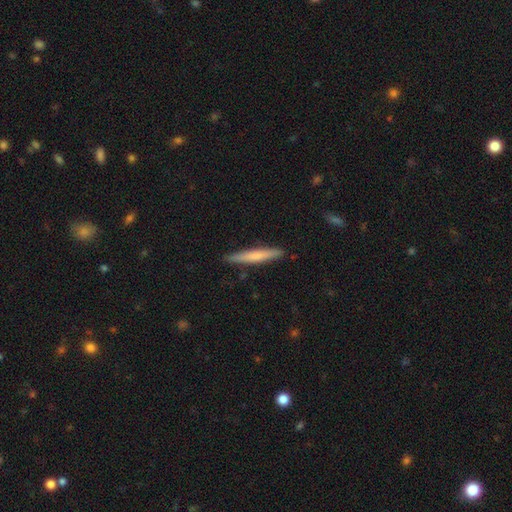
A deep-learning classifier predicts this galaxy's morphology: This appears to be a smooth galaxy with no disk features (63%) that is cigar-shaped (95%). Merging: none (90%).